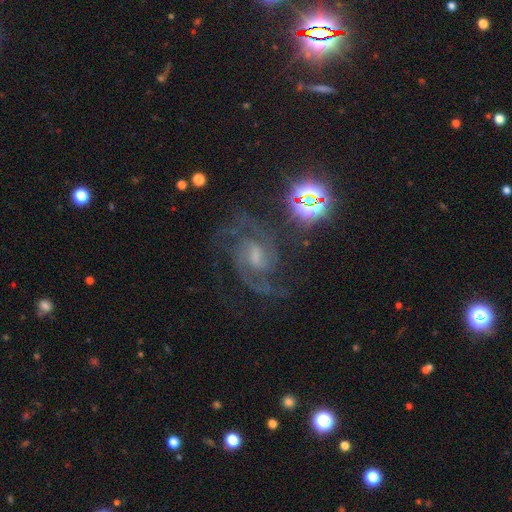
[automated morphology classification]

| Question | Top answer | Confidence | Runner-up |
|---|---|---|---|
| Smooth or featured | featured or disk | 84% | star or artifact (11%) |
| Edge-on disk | no | 98% | yes (2%) |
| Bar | weak | 56% | no (26%) |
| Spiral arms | yes | 98% | no (2%) |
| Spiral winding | medium | 58% | tight (30%) |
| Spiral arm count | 2 | 77% | 3 (8%) |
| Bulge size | small | 43% | moderate (33%) |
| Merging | none | 72% | minor disturbance (15%) |